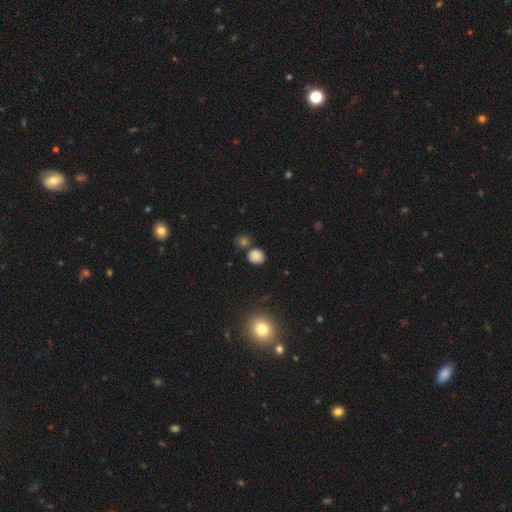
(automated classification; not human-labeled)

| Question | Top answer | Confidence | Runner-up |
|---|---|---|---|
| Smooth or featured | smooth | 83% | star or artifact (12%) |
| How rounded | round | 77% | in between (22%) |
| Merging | none | 76% | minor disturbance (11%) |